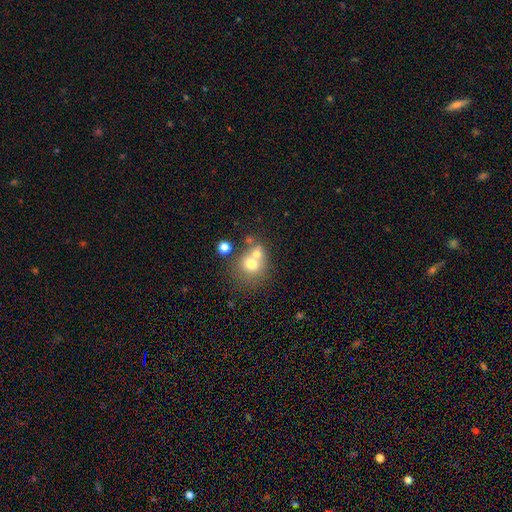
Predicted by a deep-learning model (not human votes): The model was most divided on "merging": merger: 46%, none: 41%, minor disturbance: 8%, major disturbance: 4%. More confident: how rounded — round (79%); smooth or featured — smooth (64%).